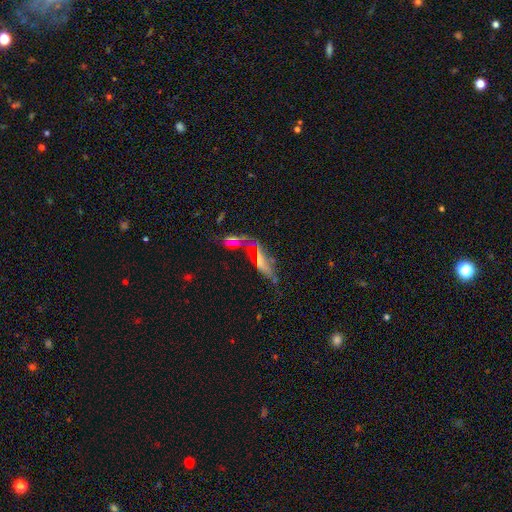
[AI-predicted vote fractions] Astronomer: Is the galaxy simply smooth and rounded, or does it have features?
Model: featured or disk — 58%.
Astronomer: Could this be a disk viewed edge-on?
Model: no — 74%.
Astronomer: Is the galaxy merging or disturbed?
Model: merger — 38% (runner-up: major disturbance, 25%).